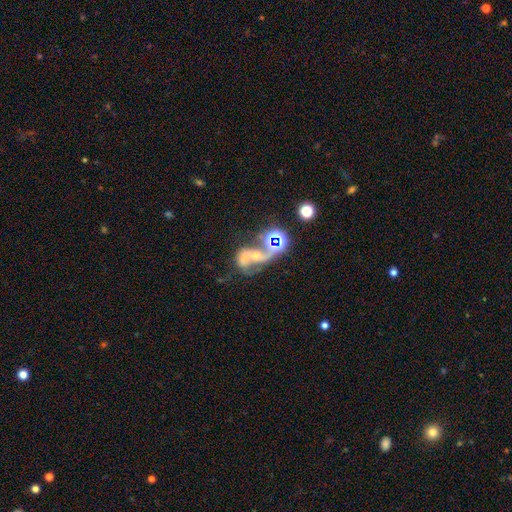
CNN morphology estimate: The model was most divided on "bulge size": moderate: 46%, small: 31%, none: 12%, large: 8%, dominant: 3%. More confident: edge-on disk — no (96%); bar — no (72%); merging — merger (64%); spiral arms — yes (58%); smooth or featured — featured or disk (55%).